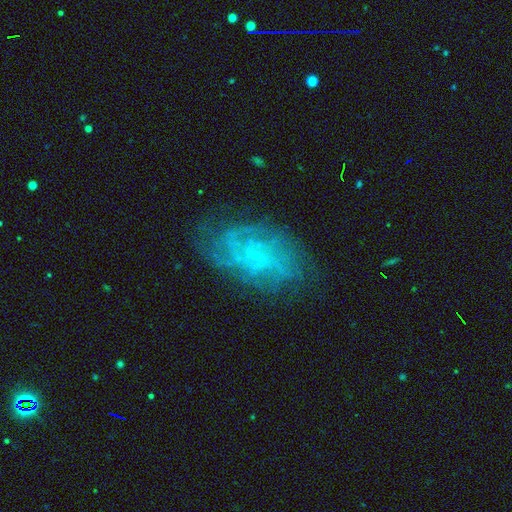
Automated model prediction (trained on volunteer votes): Smooth or featured?
  - featured or disk: 73% *
  - smooth: 17%
  - star or artifact: 10%
Edge-on disk?
  - no: 96% *
  - yes: 4%
Bar?
  - no: 73% *
  - weak: 23%
  - strong: 4%
Spiral arms?
  - yes: 89% *
  - no: 11%
Spiral winding?
  - tight: 52% *
  - medium: 34%
  - loose: 14%
Spiral arm count?
  - can't tell: 43% *
  - 2: 16%
  - 3: 16%
  - 4: 12%
  - more than 4: 7%
  - 1: 6%
Bulge size?
  - small: 46% *
  - none: 45%
  - moderate: 7%
  - large: 1%
  - dominant: 1%
Merging?
  - none: 71% *
  - minor disturbance: 18%
  - major disturbance: 9%
  - merger: 1%